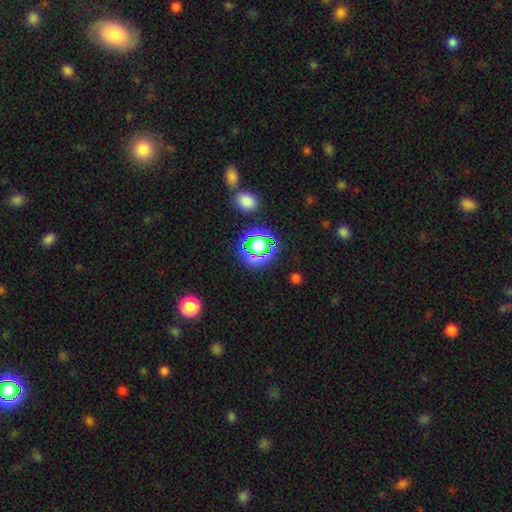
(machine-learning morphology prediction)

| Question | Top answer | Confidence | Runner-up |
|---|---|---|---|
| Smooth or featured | star or artifact | 62% | smooth (27%) |